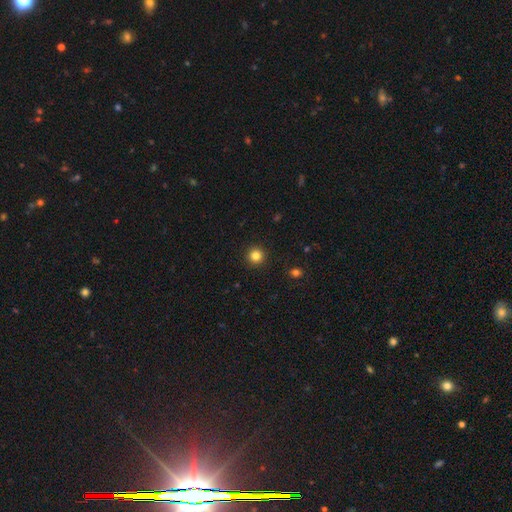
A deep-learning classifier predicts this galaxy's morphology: A smooth galaxy with no disk features (83%) that is round (95%).

Vote fractions:
- Smooth or featured? smooth: 83% / star or artifact: 13% / featured or disk: 5%
- How rounded? round: 95% / in between: 4% / cigar-shaped: 1%
- Merging? none: 93% / minor disturbance: 5% / major disturbance: 2% / merger: 1%